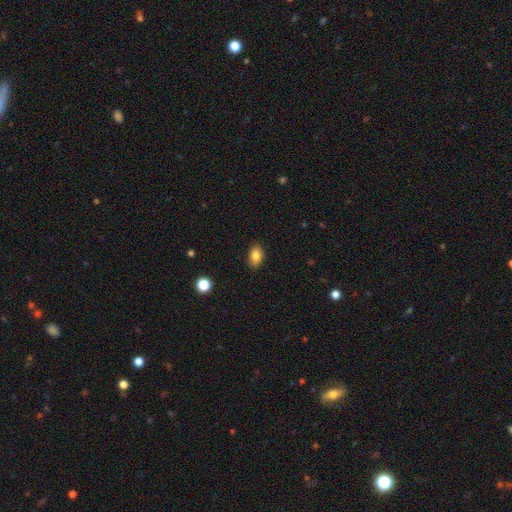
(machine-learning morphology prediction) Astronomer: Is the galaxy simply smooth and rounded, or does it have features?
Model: smooth — 84%.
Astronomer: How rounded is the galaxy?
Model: in between — 83%.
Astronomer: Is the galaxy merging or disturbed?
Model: none — 88%.